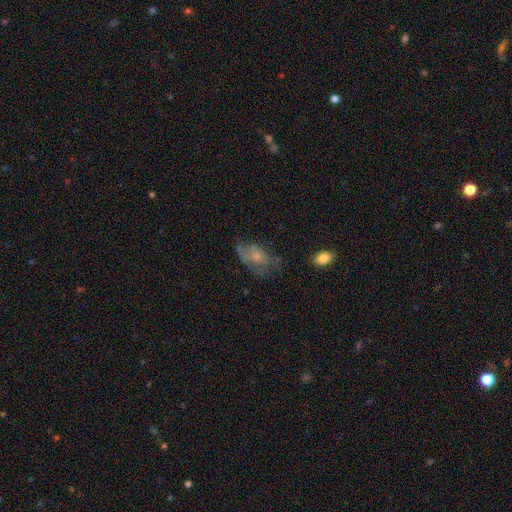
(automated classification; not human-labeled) This is possibly a smooth galaxy (46%). Merging: marginally none (41%).